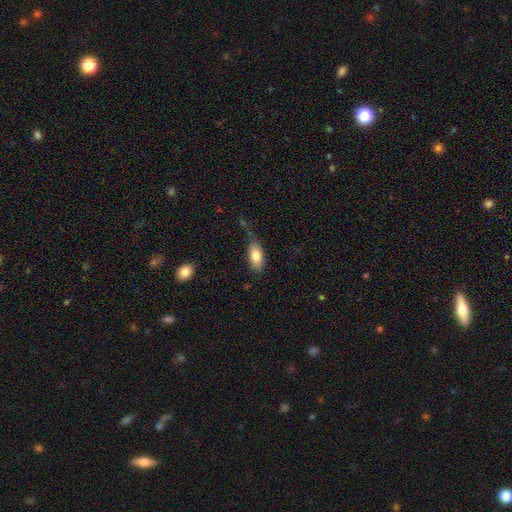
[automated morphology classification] smooth_or_featured: smooth (p=0.78) [alt: featured or disk p=0.15]
how_rounded: in between (p=0.88) [alt: cigar-shaped p=0.08]
merging: none (p=0.59) [alt: minor disturbance p=0.27]